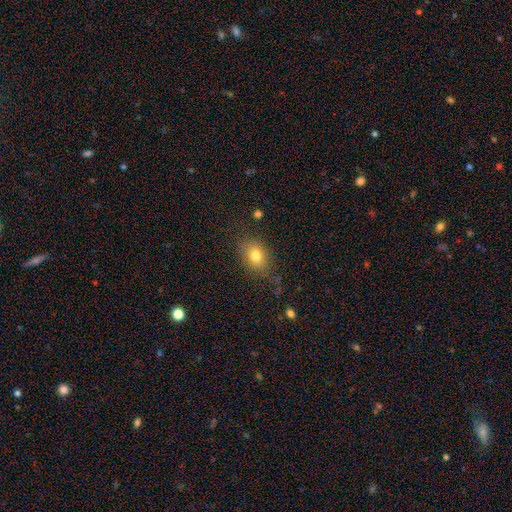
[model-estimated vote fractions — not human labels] The model was most divided on "how rounded": in between: 68%, round: 30%, cigar-shaped: 2%. More confident: smooth or featured — smooth (77%); merging — none (76%).